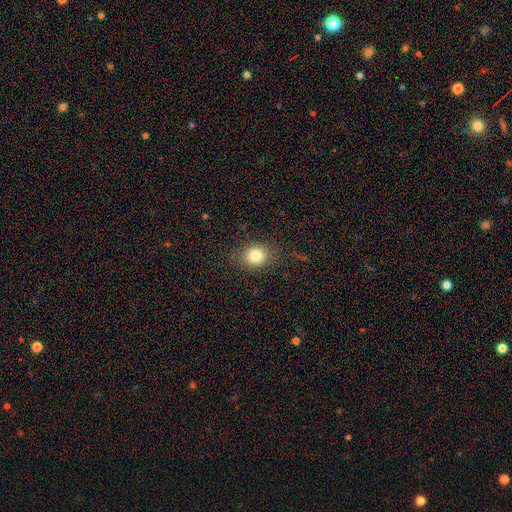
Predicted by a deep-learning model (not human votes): smooth 80%, star or artifact 12%, featured or disk 8%. Down the decision tree: how rounded — round (70%); merging — none (83%).